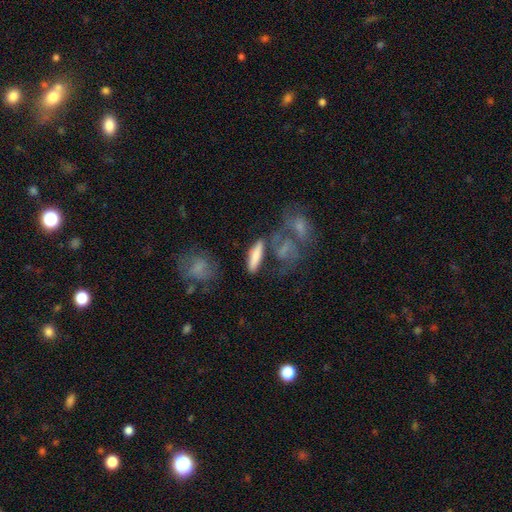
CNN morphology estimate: smooth_or_featured: smooth (p=0.69) [alt: featured or disk p=0.22]
how_rounded: cigar-shaped (p=0.66) [alt: in between p=0.30]
merging: none (p=0.57) [alt: merger p=0.18]